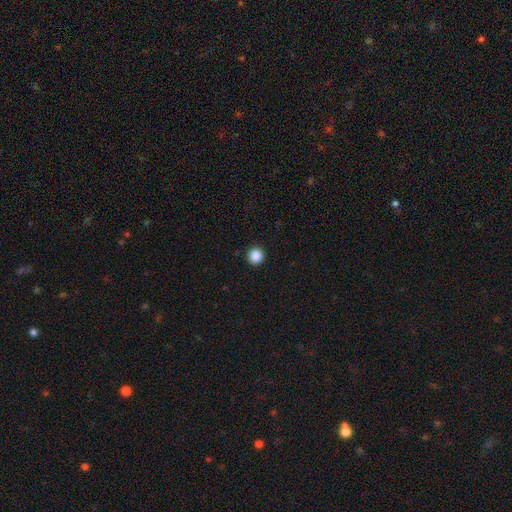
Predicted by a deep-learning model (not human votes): smooth_or_featured: smooth (p=0.87) [alt: star or artifact p=0.10]
how_rounded: round (p=0.94) [alt: in between p=0.05]
merging: none (p=0.93) [alt: minor disturbance p=0.04]